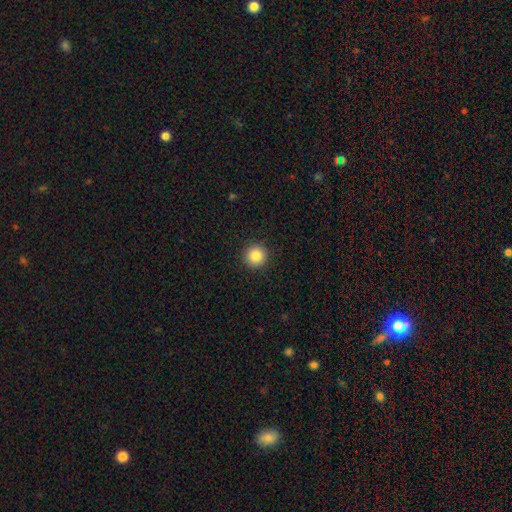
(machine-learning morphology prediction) Smooth or featured?
  - smooth: 86% *
  - star or artifact: 10%
  - featured or disk: 4%
How rounded?
  - round: 96% *
  - in between: 3%
  - cigar-shaped: 1%
Merging?
  - none: 93% *
  - minor disturbance: 5%
  - major disturbance: 2%
  - merger: 1%